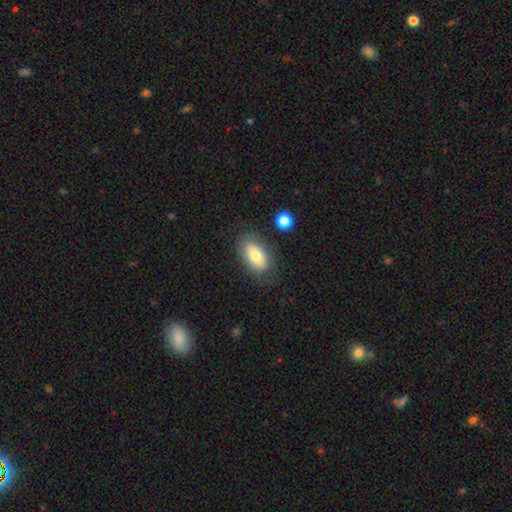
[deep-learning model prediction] Morphology: type=smooth (70%); roundness=in between (92%); merging=none (76%).